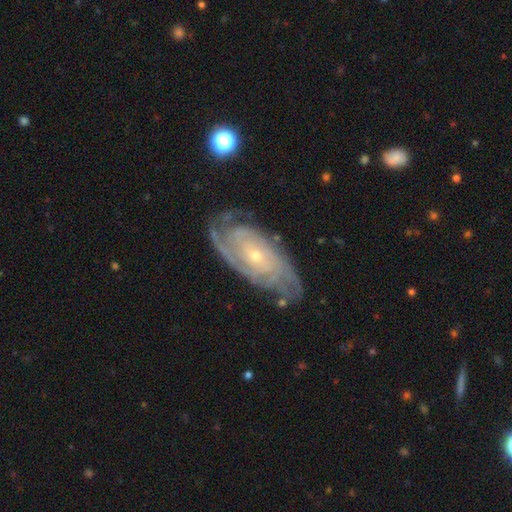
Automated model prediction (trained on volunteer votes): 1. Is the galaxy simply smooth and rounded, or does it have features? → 89% featured or disk, 6% smooth, 5% star or artifact.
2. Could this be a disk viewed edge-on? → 95% no, 5% yes.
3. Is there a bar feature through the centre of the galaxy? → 73% no, 20% weak, 6% strong.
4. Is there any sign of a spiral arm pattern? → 97% yes, 3% no.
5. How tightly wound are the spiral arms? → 74% tight, 22% medium, 4% loose.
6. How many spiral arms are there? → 27% can't tell, 22% 2, 19% 3, 17% 4, 8% more than 4, 6% 1.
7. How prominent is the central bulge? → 79% small, 18% moderate, 1% none, 1% large, 1% dominant.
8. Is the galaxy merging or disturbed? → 75% none, 18% minor disturbance, 6% major disturbance, 2% merger.